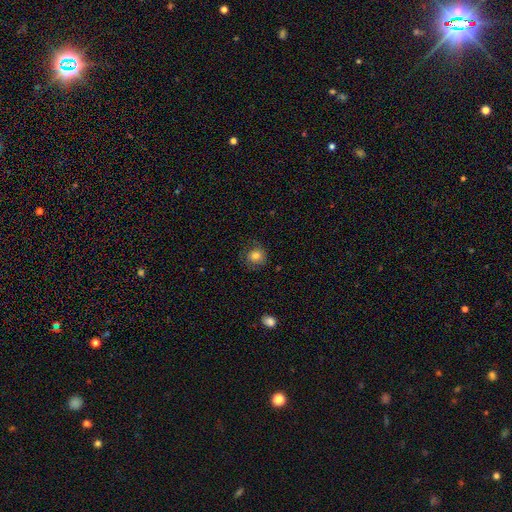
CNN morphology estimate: The model was most divided on "merging": none: 71%, minor disturbance: 18%, major disturbance: 9%, merger: 1%. More confident: how rounded — round (87%); smooth or featured — smooth (75%).